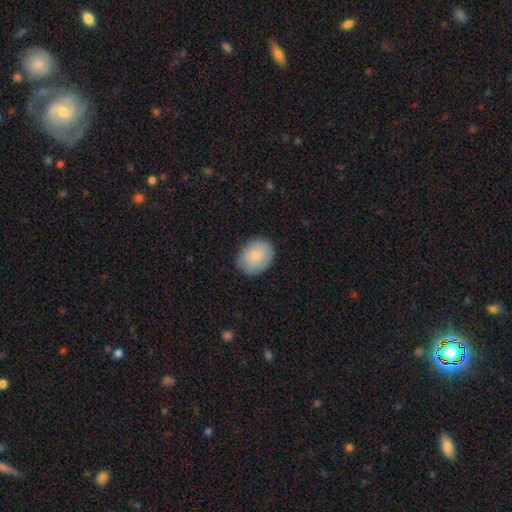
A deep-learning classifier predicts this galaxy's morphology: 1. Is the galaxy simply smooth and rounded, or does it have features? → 83% smooth, 11% featured or disk, 6% star or artifact.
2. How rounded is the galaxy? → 59% in between, 40% round, 1% cigar-shaped.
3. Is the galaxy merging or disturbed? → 82% none, 14% minor disturbance, 3% major disturbance, 1% merger.